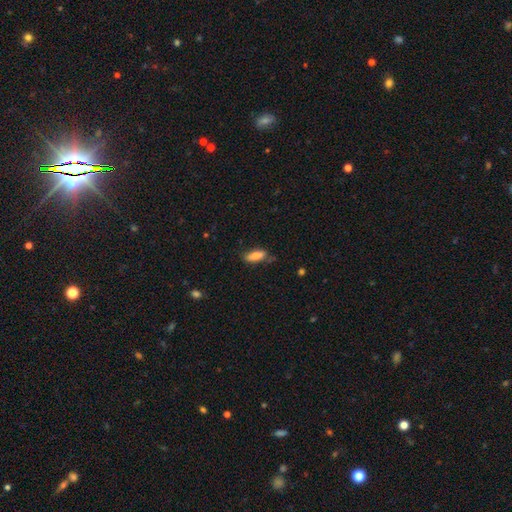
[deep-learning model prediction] smooth 77%, featured or disk 16%, star or artifact 7%. Down the decision tree: how rounded — in between (69%); merging — none (69%).